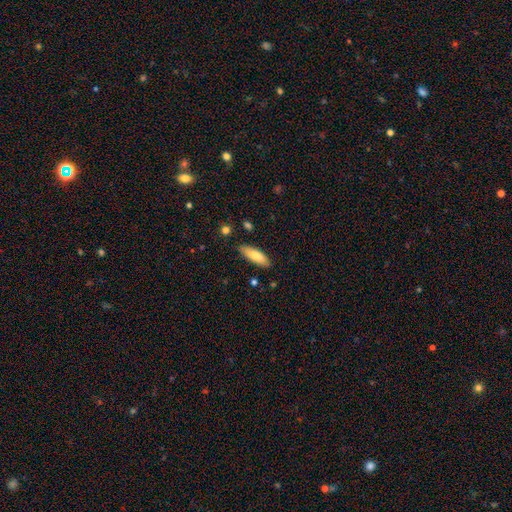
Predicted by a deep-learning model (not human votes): Morphology: type=smooth (81%); roundness=in between (53%); merging=none (86%).